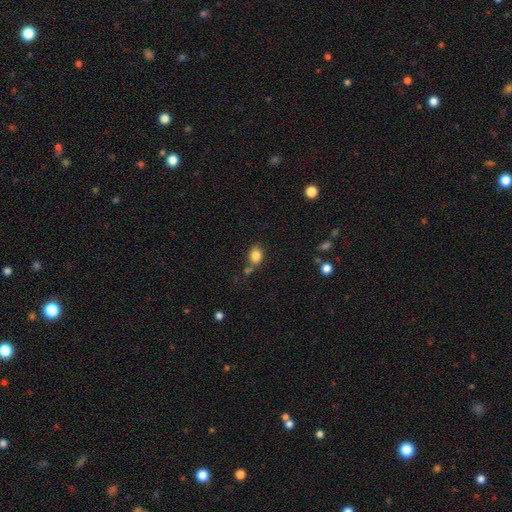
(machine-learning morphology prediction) smooth-or-featured: smooth: 84% | star or artifact: 10% | featured or disk: 6%
  how-rounded: in between: 52% | round: 47% | cigar-shaped: 1%
  merging: none: 62% | minor disturbance: 17% | merger: 15% | major disturbance: 6%